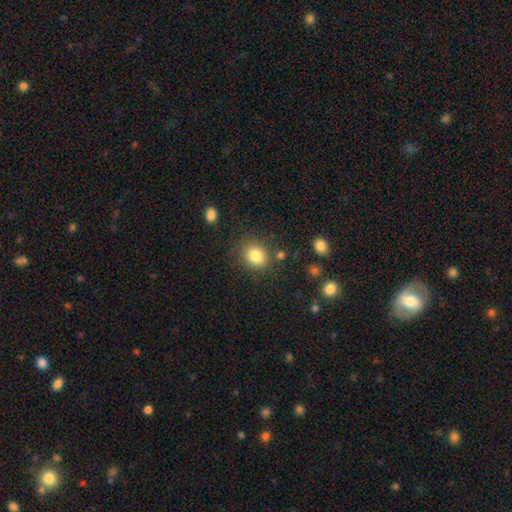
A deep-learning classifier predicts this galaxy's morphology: This is clearly a smooth galaxy (84%). How rounded: likely round (70%). Merging: clearly none (80%).